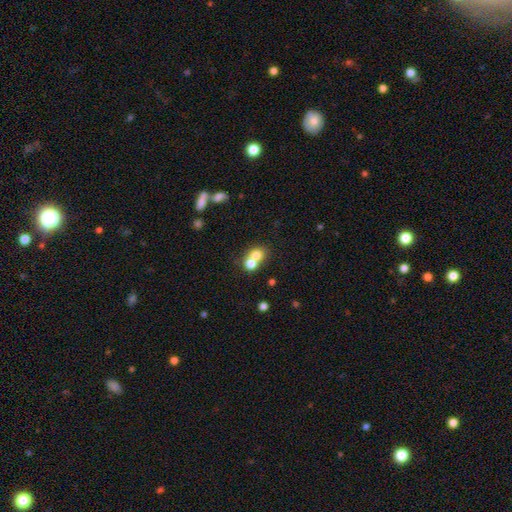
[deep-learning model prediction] Q: Smooth or featured?
A: smooth (73%); runner-up: featured or disk (15%)
Q: How rounded?
A: round (74%); runner-up: in between (25%)
Q: Merging?
A: merger (61%); runner-up: none (31%)